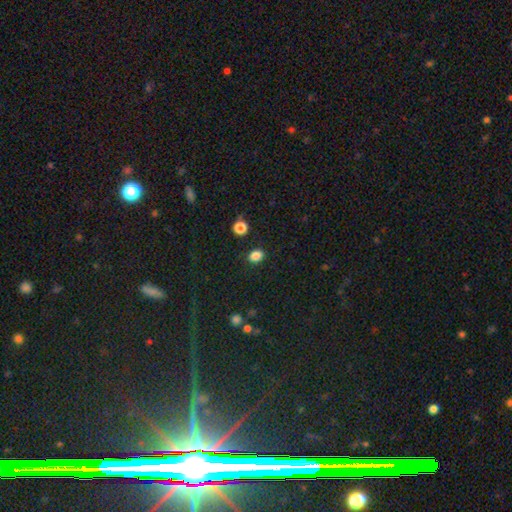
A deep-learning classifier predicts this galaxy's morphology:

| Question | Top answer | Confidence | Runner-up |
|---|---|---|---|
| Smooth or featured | smooth | 85% | star or artifact (11%) |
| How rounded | in between | 65% | round (34%) |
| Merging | none | 86% | minor disturbance (9%) |